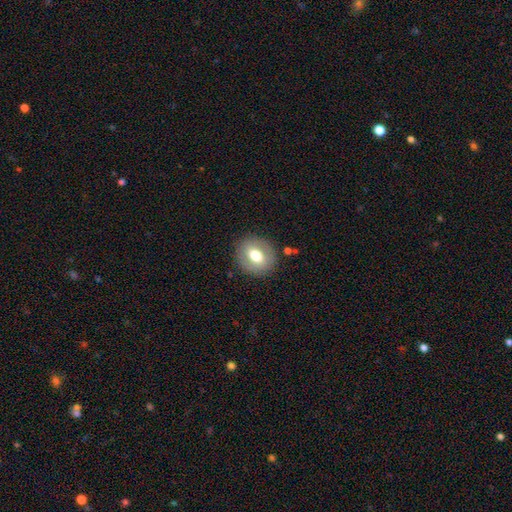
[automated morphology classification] This appears to be a smooth galaxy with no disk features (66%) that is round (67%). Merging: none (86%).